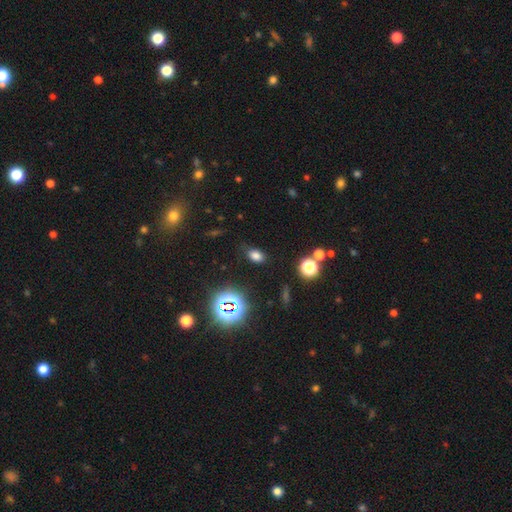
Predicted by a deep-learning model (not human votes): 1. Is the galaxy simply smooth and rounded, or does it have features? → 72% smooth, 22% star or artifact, 6% featured or disk.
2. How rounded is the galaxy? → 80% in between, 18% round, 2% cigar-shaped.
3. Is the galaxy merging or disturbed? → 79% none, 14% minor disturbance, 4% major disturbance, 2% merger.